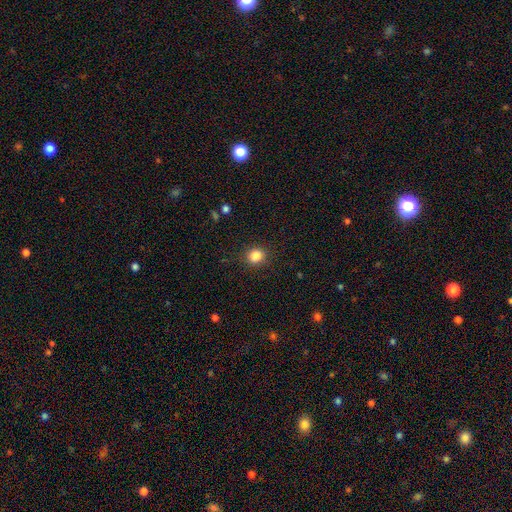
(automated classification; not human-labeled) Smooth or featured: smooth — 85% (star or artifact — 11%)
How rounded: round — 79% (in between — 20%)
Merging: none — 88% (minor disturbance — 8%)